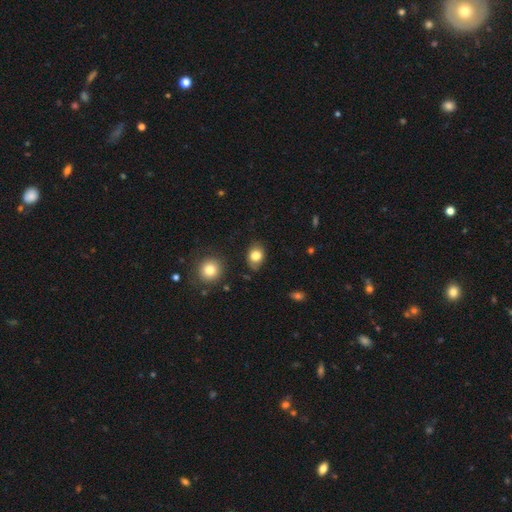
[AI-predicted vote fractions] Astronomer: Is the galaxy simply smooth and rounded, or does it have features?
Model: smooth — 81%.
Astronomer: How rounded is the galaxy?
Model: in between — 58% (runner-up: round, 41%).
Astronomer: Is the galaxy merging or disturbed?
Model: none — 77%.